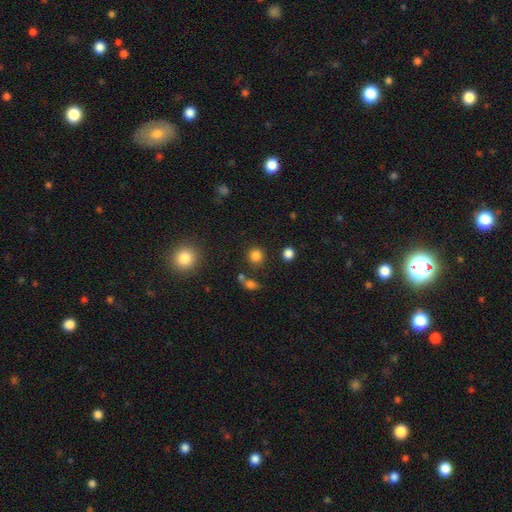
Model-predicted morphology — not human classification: Smooth or featured?
  - smooth: 82% *
  - star or artifact: 13%
  - featured or disk: 5%
How rounded?
  - round: 91% *
  - in between: 8%
  - cigar-shaped: 1%
Merging?
  - none: 82% *
  - minor disturbance: 8%
  - merger: 6%
  - major disturbance: 4%